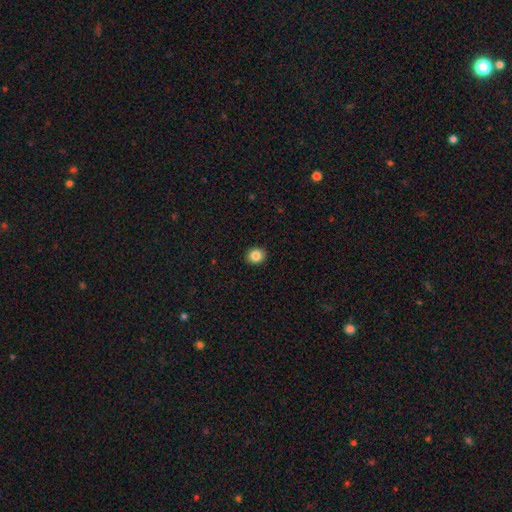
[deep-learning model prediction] A smooth galaxy with no disk features (85%) that is round (75%).

Vote fractions:
- Smooth or featured? smooth: 85% / star or artifact: 10% / featured or disk: 5%
- How rounded? round: 75% / in between: 24% / cigar-shaped: 1%
- Merging? none: 92% / minor disturbance: 6% / major disturbance: 2% / merger: 1%